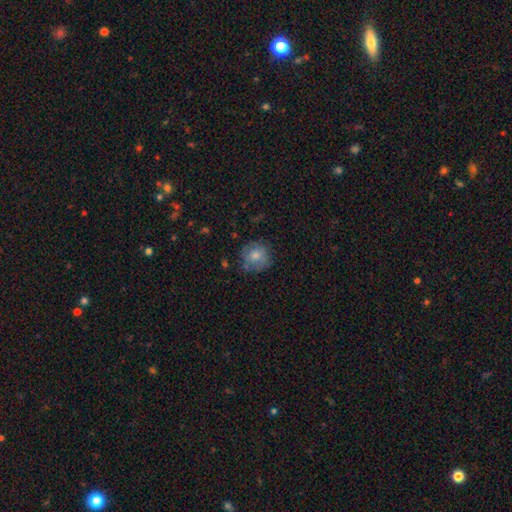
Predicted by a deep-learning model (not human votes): smooth_or_featured: smooth (p=0.74) [alt: featured or disk p=0.18]
how_rounded: round (p=0.89) [alt: in between p=0.10]
merging: none (p=0.72) [alt: minor disturbance p=0.20]